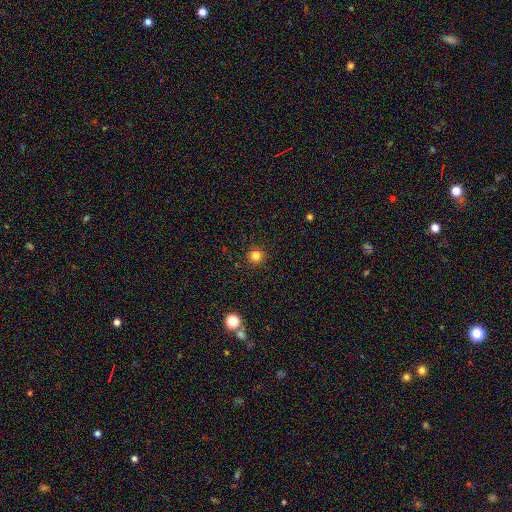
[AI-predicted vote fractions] smooth 83%, star or artifact 13%, featured or disk 4%. Down the decision tree: how rounded — round (95%); merging — none (92%).